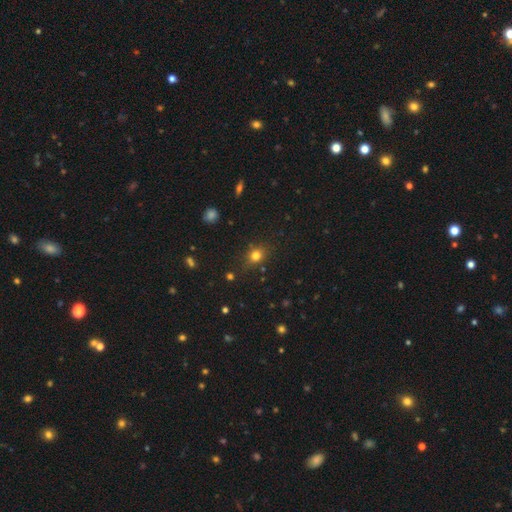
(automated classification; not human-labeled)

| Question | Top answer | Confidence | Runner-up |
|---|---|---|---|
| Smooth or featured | smooth | 77% | star or artifact (16%) |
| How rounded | round | 65% | in between (33%) |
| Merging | none | 78% | minor disturbance (15%) |